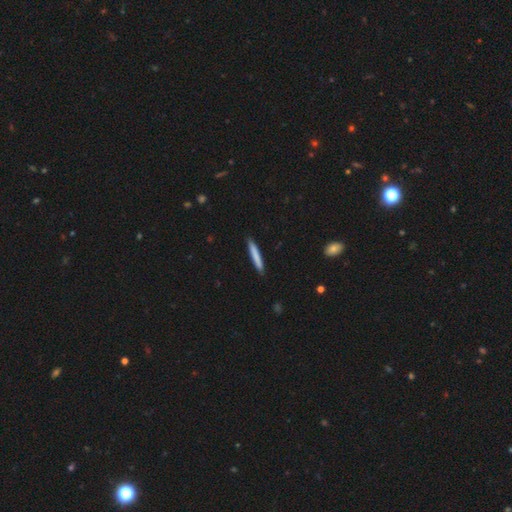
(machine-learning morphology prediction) A smooth galaxy with no disk features (79%) that is cigar-shaped (96%). Merging: none (91%).